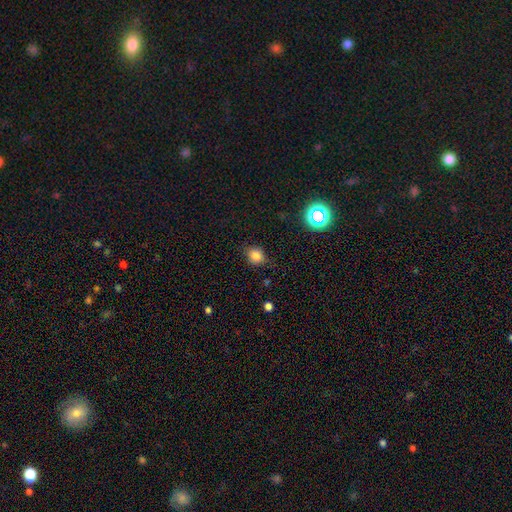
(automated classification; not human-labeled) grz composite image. It shows a smooth galaxy with no disk features (81%) that is round (71%). Merging: none (81%).